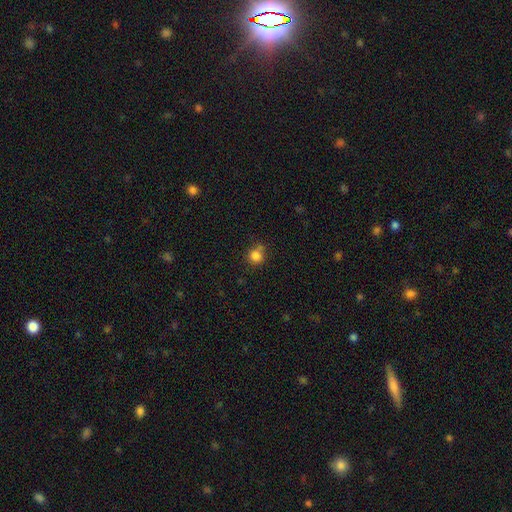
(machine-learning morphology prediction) A smooth galaxy with no disk features (83%) that is round (84%). Merging: none (63%).